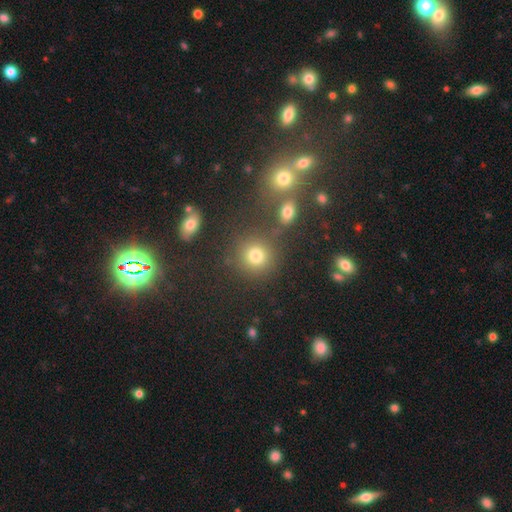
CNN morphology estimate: smooth 75%, star or artifact 17%, featured or disk 8%. Down the decision tree: how rounded — round (86%); merging — none (77%).